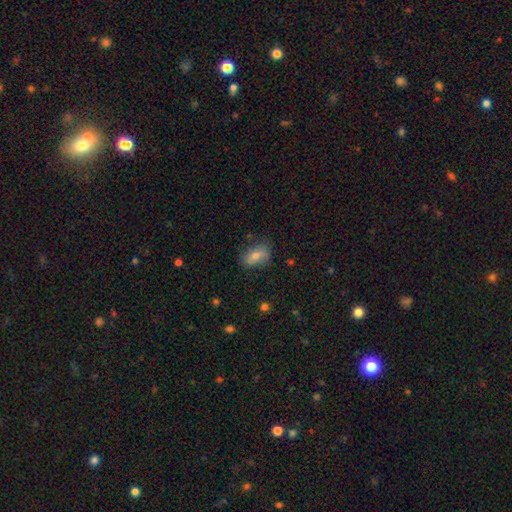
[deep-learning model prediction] Morphology: type=smooth (68%); roundness=in between (83%); merging=none (73%).